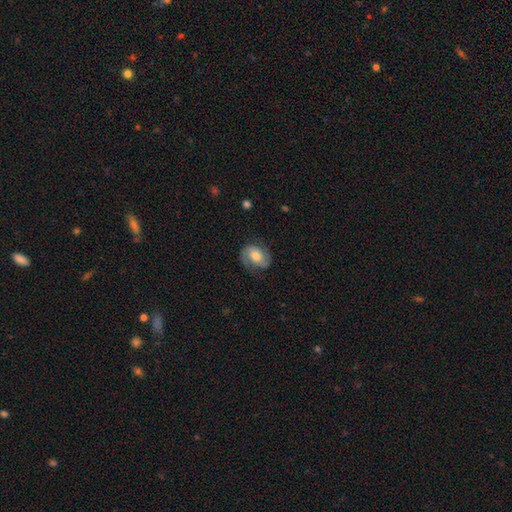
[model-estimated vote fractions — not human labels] smooth_or_featured: featured or disk (p=0.63) [alt: smooth p=0.30]
disk_edge_on: no (p=0.97) [alt: yes p=0.03]
bar: no (p=0.56) [alt: weak p=0.33]
has_spiral_arms: yes (p=0.90) [alt: no p=0.10]
spiral_winding: medium (p=0.46) [alt: tight p=0.33]
spiral_arm_count: 2 (p=0.84) [alt: can't tell p=0.07]
bulge_size: moderate (p=0.66) [alt: small p=0.19]
merging: none (p=0.72) [alt: minor disturbance p=0.18]